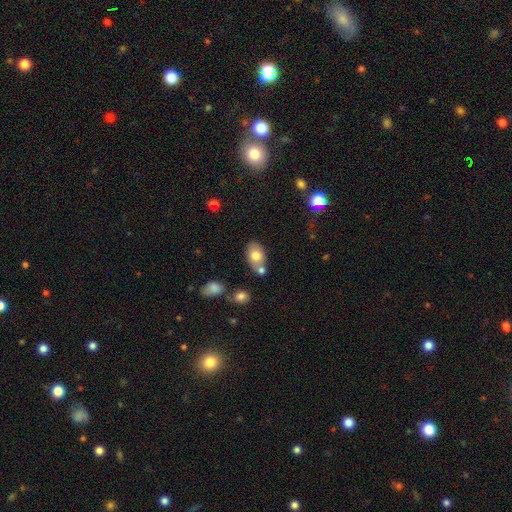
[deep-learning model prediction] A smooth galaxy with no disk features (75%) that is in between round and cigar-shaped (85%). Merging: none (55%).